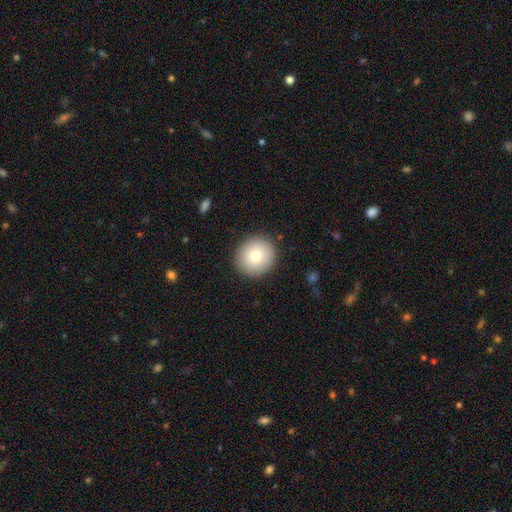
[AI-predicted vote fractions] Smooth or featured? smooth (78%)
How rounded? round (93%)
Merging? none (91%)